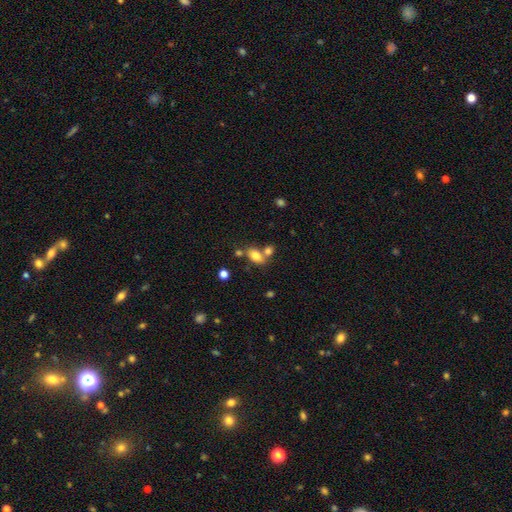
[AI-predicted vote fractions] smooth_or_featured: smooth (p=0.79) [alt: featured or disk p=0.11]
how_rounded: in between (p=0.86) [alt: round p=0.11]
merging: none (p=0.50) [alt: merger p=0.33]